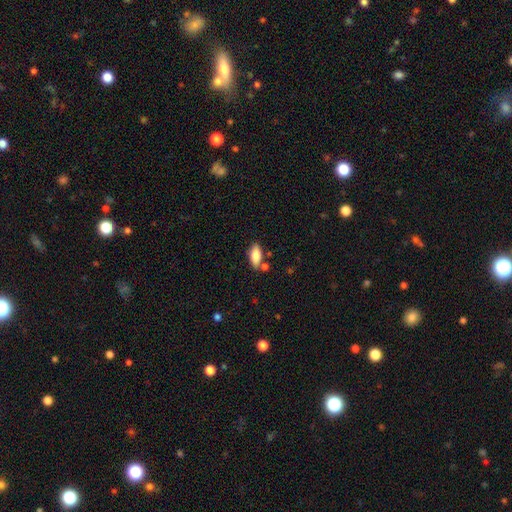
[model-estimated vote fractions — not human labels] The model was most divided on "merging": none: 73%, minor disturbance: 14%, merger: 10%, major disturbance: 3%. More confident: how rounded — in between (85%); smooth or featured — smooth (82%).